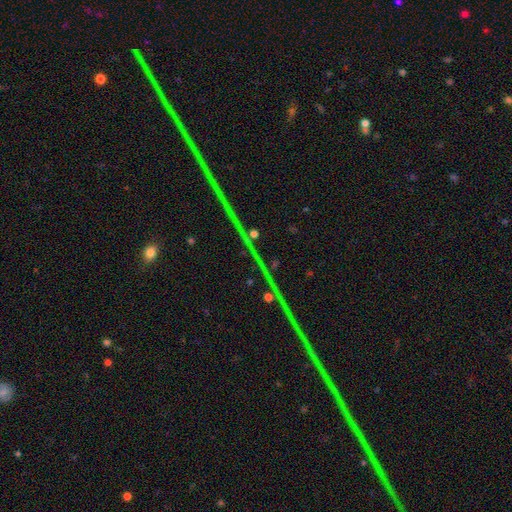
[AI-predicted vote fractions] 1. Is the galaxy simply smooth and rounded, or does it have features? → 85% star or artifact, 9% featured or disk, 6% smooth.